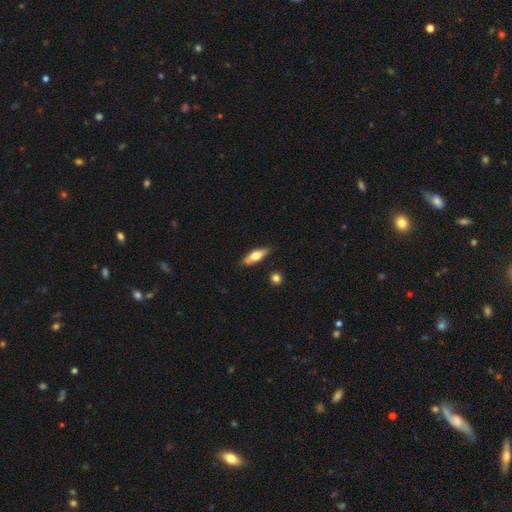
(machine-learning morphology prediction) smooth-or-featured: smooth: 56% | featured or disk: 38% | star or artifact: 6%
  how-rounded: cigar-shaped: 50% | in between: 47% | round: 3%
  merging: none: 84% | minor disturbance: 11% | merger: 3% | major disturbance: 2%